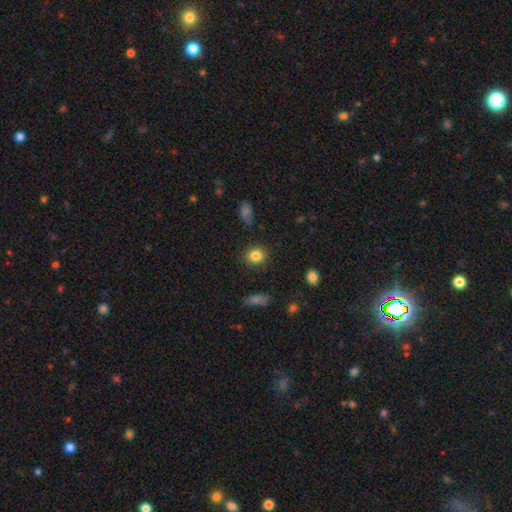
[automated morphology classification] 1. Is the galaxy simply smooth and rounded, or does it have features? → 84% smooth, 10% star or artifact, 6% featured or disk.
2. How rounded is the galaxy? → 82% round, 17% in between, 1% cigar-shaped.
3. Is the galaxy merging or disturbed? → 88% none, 8% minor disturbance, 3% major disturbance, 2% merger.